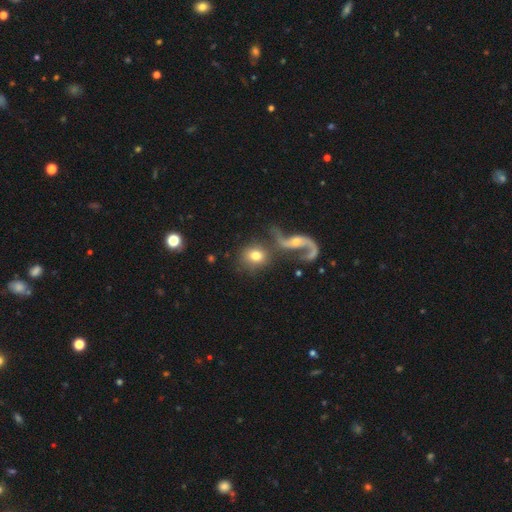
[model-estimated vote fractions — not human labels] A smooth galaxy with no disk features (65%) that is round (76%). Merging: none (58%).